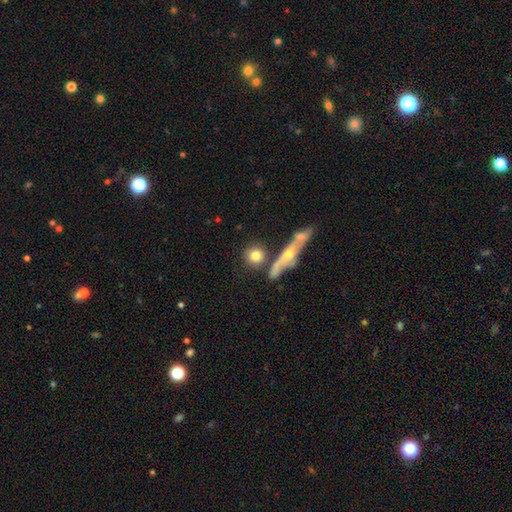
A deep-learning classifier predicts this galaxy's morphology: This is likely a smooth galaxy (74%). How rounded: clearly round (81%). Merging: likely none (66%).